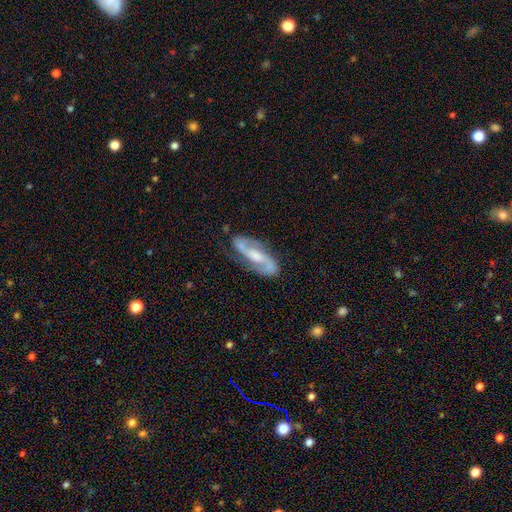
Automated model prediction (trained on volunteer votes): Smooth or featured? featured or disk (87%)
Edge-on disk? no (93%)
Bar? weak (40%)
Spiral arms? yes (97%)
Spiral winding? medium (52%)
Spiral arm count? 2 (93%)
Bulge size? moderate (46%)
Merging? none (81%)